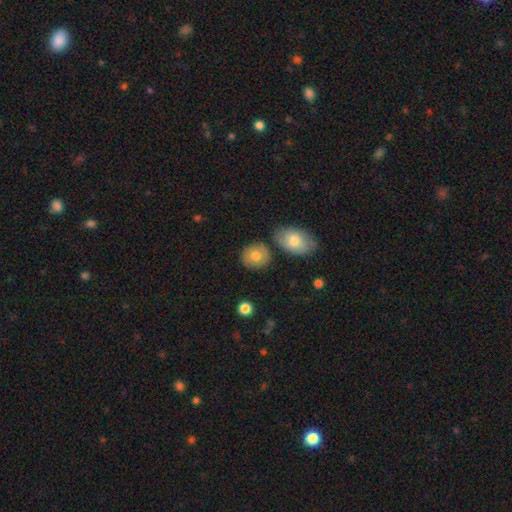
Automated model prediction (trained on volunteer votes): This is likely a smooth galaxy (78%). How rounded: likely round (78%). Merging: likely none (78%).